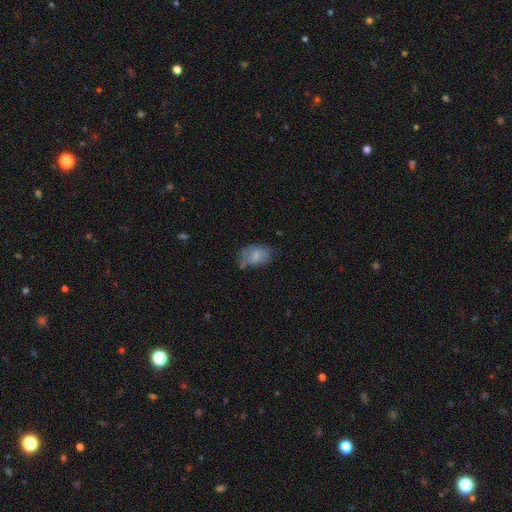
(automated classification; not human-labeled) A smooth galaxy with no disk features (71%) that is in between round and cigar-shaped (86%).

Vote fractions:
- Smooth or featured? smooth: 71% / featured or disk: 20% / star or artifact: 9%
- How rounded? in between: 86% / round: 13% / cigar-shaped: 1%
- Merging? none: 48% / minor disturbance: 31% / major disturbance: 15% / merger: 6%